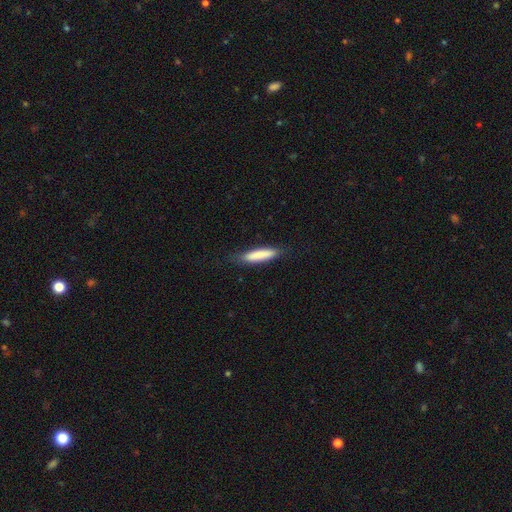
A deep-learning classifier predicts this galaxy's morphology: The model was most divided on "smooth or featured": smooth: 79%, featured or disk: 14%, star or artifact: 6%. More confident: how rounded — cigar-shaped (87%); merging — none (81%).